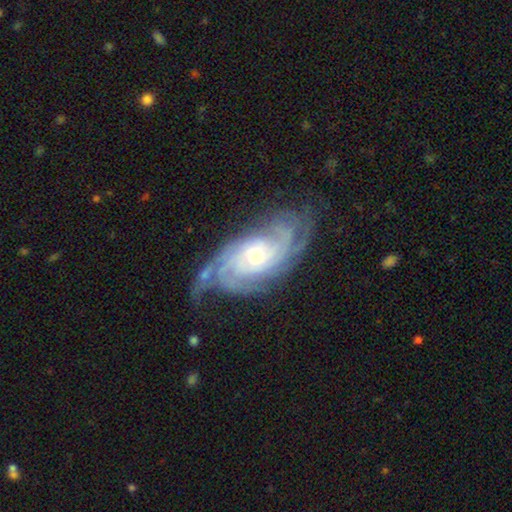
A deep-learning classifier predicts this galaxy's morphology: Smooth or featured? featured or disk (89%)
Edge-on disk? no (95%)
Bar? no (65%)
Spiral arms? yes (98%)
Spiral winding? tight (70%)
Spiral arm count? 4 (26%)
Bulge size? moderate (60%)
Merging? none (68%)